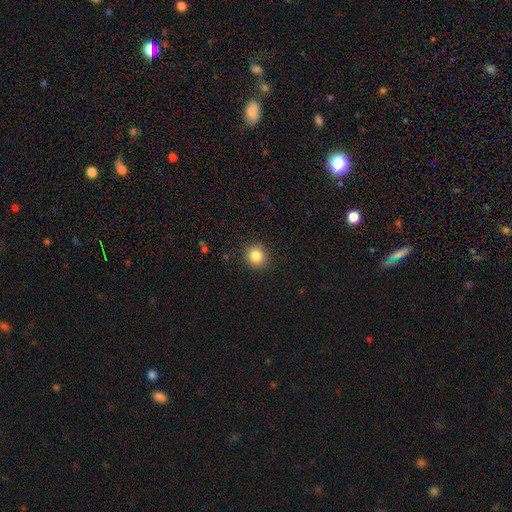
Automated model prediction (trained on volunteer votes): Smooth or featured: smooth — 85% (star or artifact — 10%)
How rounded: round — 88% (in between — 11%)
Merging: none — 90% (minor disturbance — 7%)